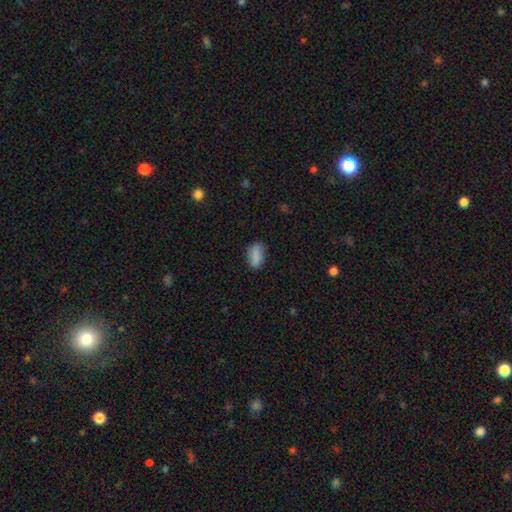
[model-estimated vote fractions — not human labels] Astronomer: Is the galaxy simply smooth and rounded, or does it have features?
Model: smooth — 87%.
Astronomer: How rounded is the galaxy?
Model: in between — 90%.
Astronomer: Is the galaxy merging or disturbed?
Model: none — 79%.